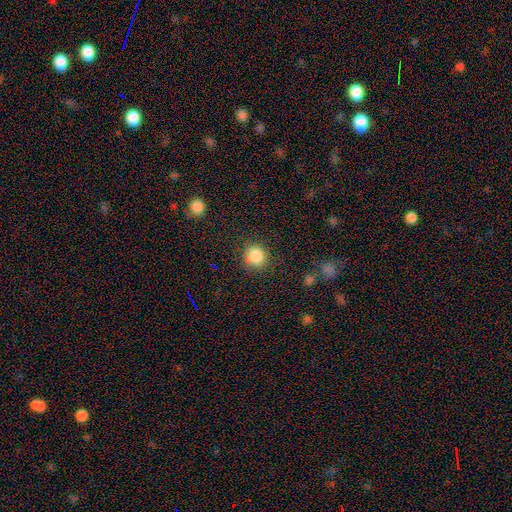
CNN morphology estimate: type=smooth (85%); roundness=round (89%); merging=none (86%).